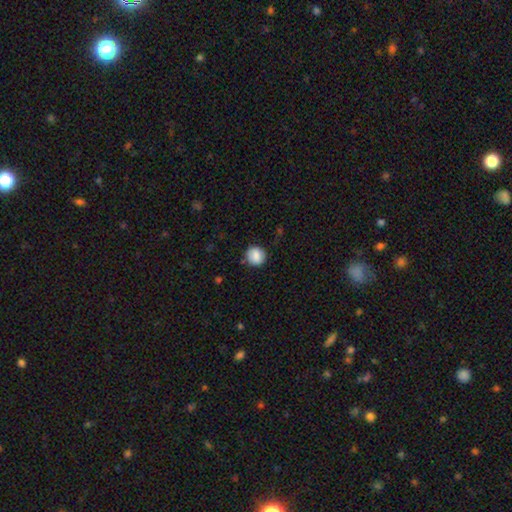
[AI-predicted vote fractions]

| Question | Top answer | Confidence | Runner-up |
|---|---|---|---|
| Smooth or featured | smooth | 85% | star or artifact (8%) |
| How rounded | round | 90% | in between (9%) |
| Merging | none | 85% | minor disturbance (11%) |